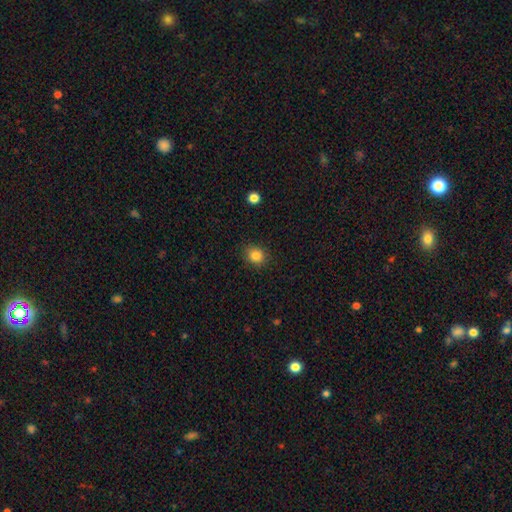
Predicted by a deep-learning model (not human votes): Smooth or featured?
  - smooth: 84% *
  - star or artifact: 11%
  - featured or disk: 5%
How rounded?
  - round: 77% *
  - in between: 22%
  - cigar-shaped: 1%
Merging?
  - none: 89% *
  - minor disturbance: 8%
  - major disturbance: 2%
  - merger: 1%